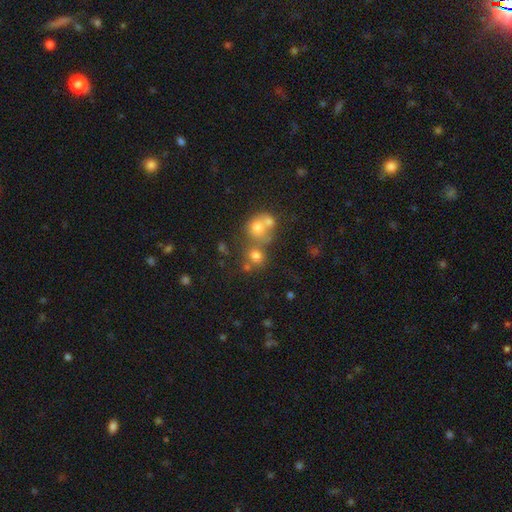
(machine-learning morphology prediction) Q: Smooth or featured?
A: smooth (70%); runner-up: star or artifact (16%)
Q: How rounded?
A: round (78%); runner-up: in between (21%)
Q: Merging?
A: none (45%); runner-up: merger (40%)